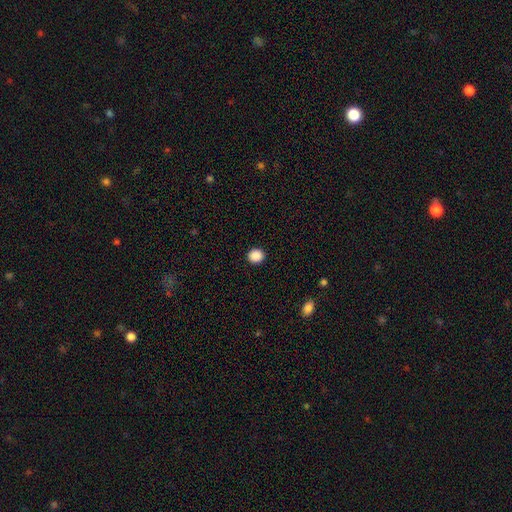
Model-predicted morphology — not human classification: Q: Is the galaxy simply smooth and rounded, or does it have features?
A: smooth — 89%.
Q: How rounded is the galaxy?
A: round — 86%.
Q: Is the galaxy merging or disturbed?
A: none — 93%.